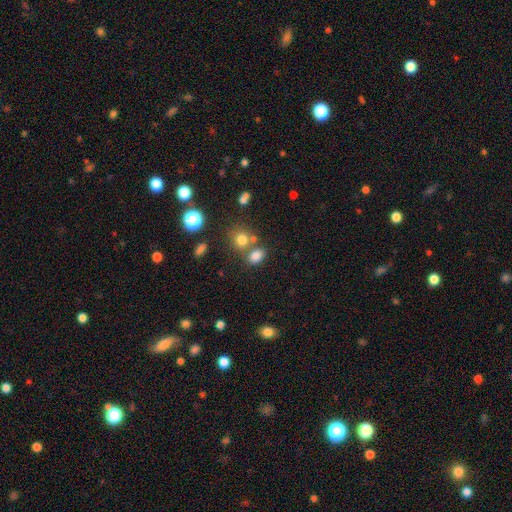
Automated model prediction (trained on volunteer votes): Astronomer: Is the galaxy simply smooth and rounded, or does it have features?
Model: smooth — 77%.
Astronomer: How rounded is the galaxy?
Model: in between — 65%.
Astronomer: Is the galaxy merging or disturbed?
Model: none — 56%.